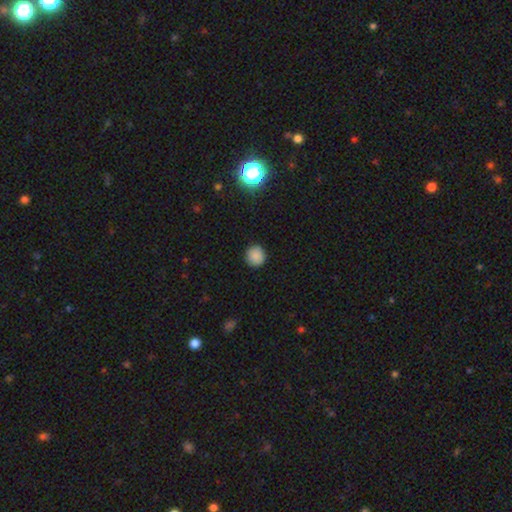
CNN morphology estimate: Overall: smooth (86%). How rounded: round (93%). Merging: none (91%).